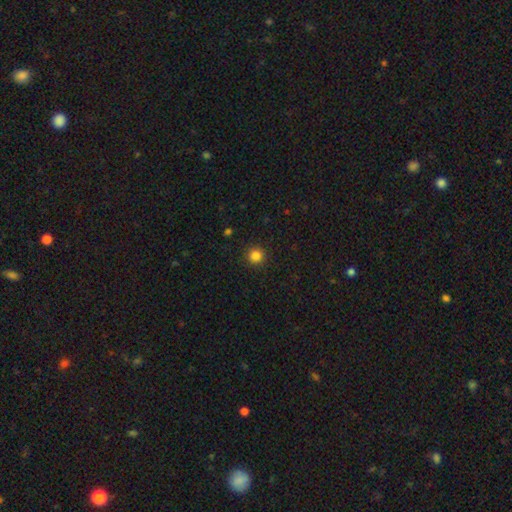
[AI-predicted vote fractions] Smooth or featured: smooth — 85% (star or artifact — 12%)
How rounded: round — 95% (in between — 4%)
Merging: none — 92% (minor disturbance — 5%)